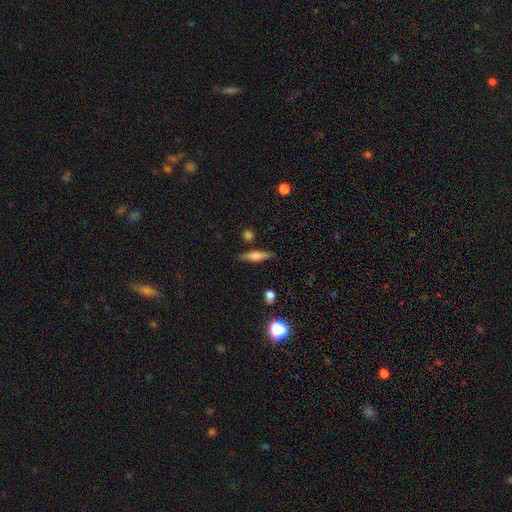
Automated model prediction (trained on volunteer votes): Smooth or featured: featured or disk — 51% (smooth — 41%)
Edge-on disk: yes — 95% (no — 5%)
Merging: none — 84% (minor disturbance — 10%)